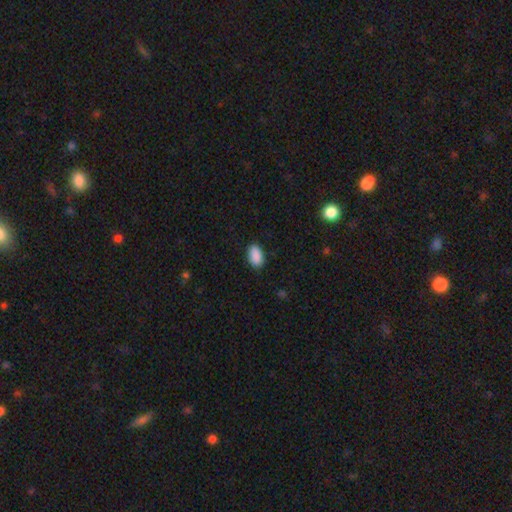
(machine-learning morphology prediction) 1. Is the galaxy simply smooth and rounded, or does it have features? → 90% smooth, 7% star or artifact, 3% featured or disk.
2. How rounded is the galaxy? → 92% in between, 6% round, 2% cigar-shaped.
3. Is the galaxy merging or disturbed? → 88% none, 9% minor disturbance, 2% major disturbance, 1% merger.